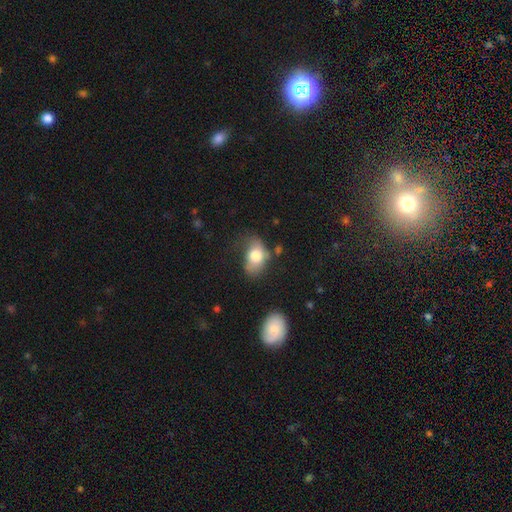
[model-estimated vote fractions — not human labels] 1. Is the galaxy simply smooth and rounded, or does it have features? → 75% smooth, 18% featured or disk, 8% star or artifact.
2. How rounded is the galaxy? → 83% in between, 15% round, 2% cigar-shaped.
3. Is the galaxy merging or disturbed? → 35% none (tied), 35% minor disturbance (tied), 25% major disturbance, 6% merger.